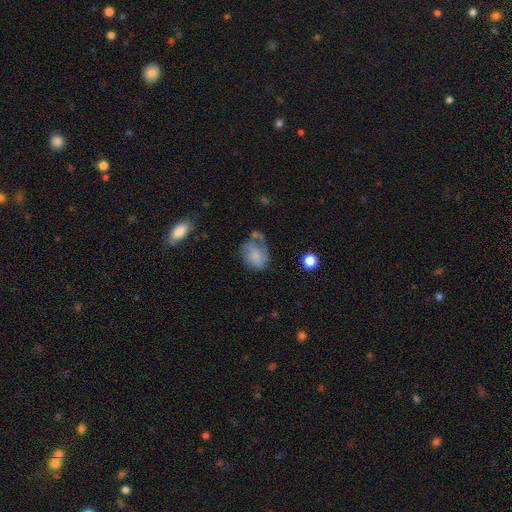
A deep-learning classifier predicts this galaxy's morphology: Overall: smooth (59%; featured or disk 32%). How rounded: in between (63%; round 35%). Merging: none (37%; minor disturbance 28%).